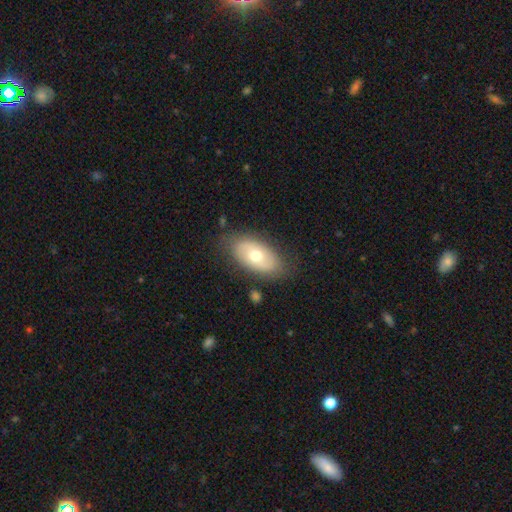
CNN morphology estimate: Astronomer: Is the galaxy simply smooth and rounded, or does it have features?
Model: smooth — 56% (runner-up: featured or disk, 37%).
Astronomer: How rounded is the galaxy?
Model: in between — 92%.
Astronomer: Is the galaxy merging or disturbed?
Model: none — 78%.